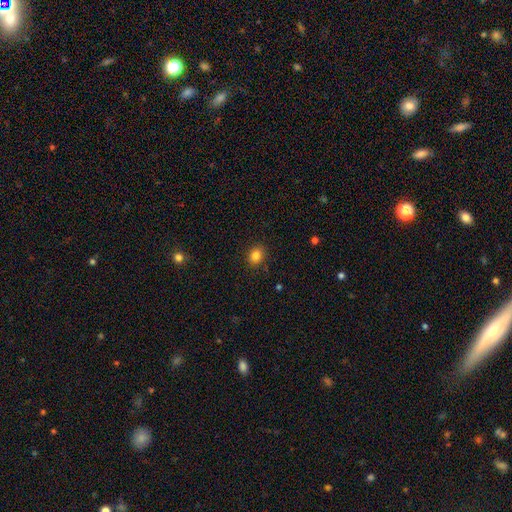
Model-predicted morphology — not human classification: A smooth galaxy with no disk features (84%) that is round (62%).

Vote fractions:
- Smooth or featured? smooth: 84% / star or artifact: 11% / featured or disk: 5%
- How rounded? round: 62% / in between: 37% / cigar-shaped: 1%
- Merging? none: 88% / minor disturbance: 8% / major disturbance: 2% / merger: 1%